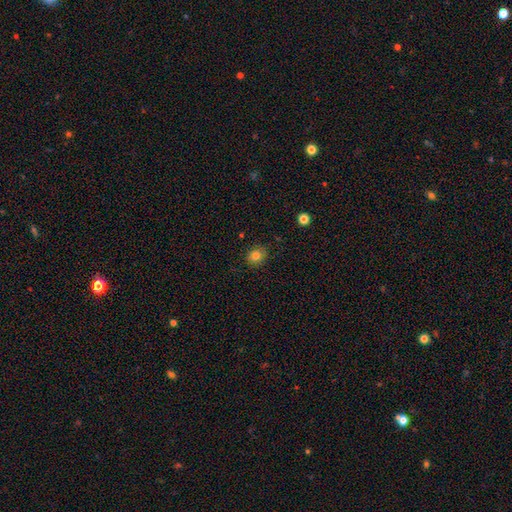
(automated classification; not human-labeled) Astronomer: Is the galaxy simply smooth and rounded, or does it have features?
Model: smooth — 82%.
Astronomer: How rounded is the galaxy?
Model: round — 70%.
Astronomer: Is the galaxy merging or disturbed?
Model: none — 86%.